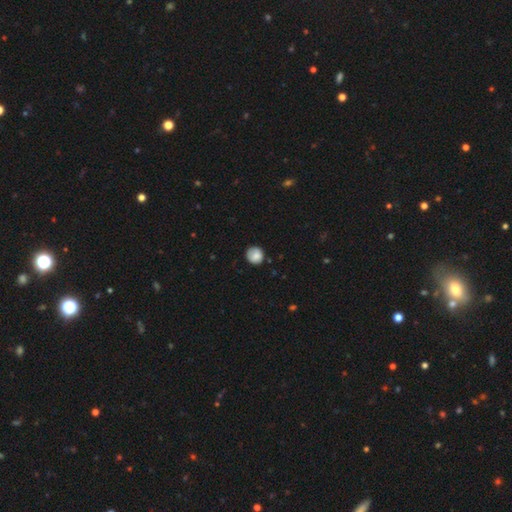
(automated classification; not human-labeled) This appears to be a smooth galaxy with no disk features (83%) that is round (89%). Merging: none (78%).